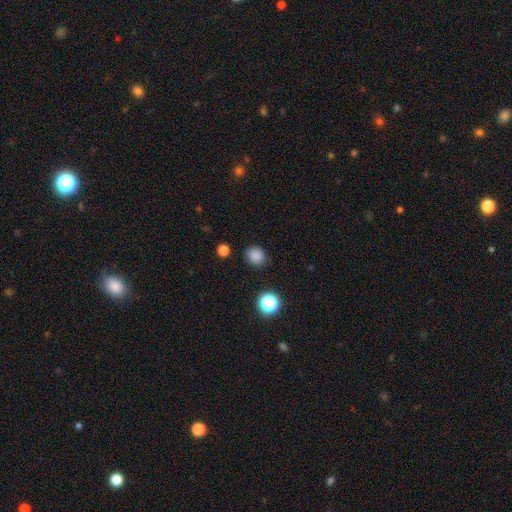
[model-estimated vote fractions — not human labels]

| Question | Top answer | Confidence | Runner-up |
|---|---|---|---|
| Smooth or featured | smooth | 83% | star or artifact (13%) |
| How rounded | round | 74% | in between (25%) |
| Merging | none | 85% | minor disturbance (11%) |